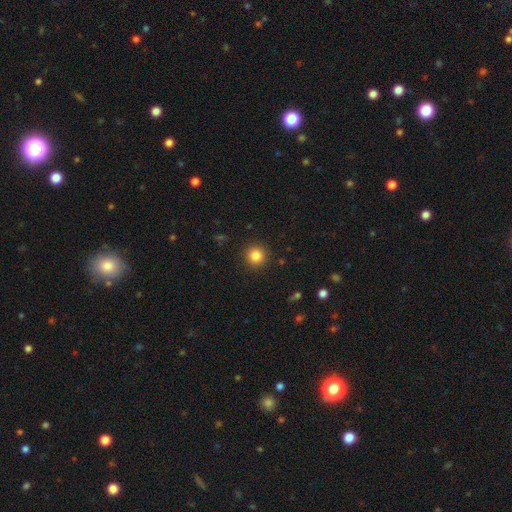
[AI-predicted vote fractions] A smooth galaxy with no disk features (84%) that is round (94%).

Vote fractions:
- Smooth or featured? smooth: 84% / star or artifact: 11% / featured or disk: 4%
- How rounded? round: 94% / in between: 5% / cigar-shaped: 1%
- Merging? none: 91% / minor disturbance: 6% / major disturbance: 2% / merger: 1%